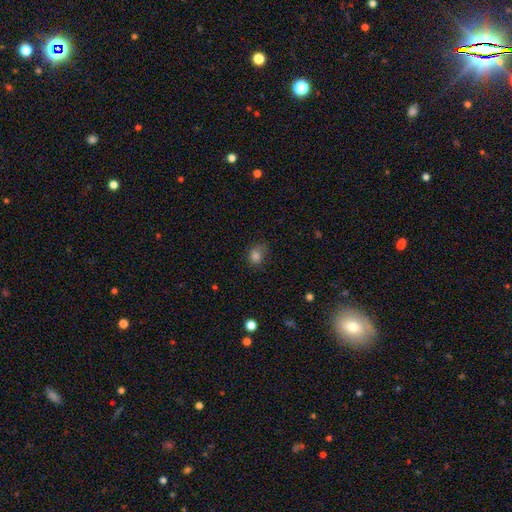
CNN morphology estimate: This appears to be a smooth galaxy with no disk features (80%) that is round (60%). Merging: none (65%).